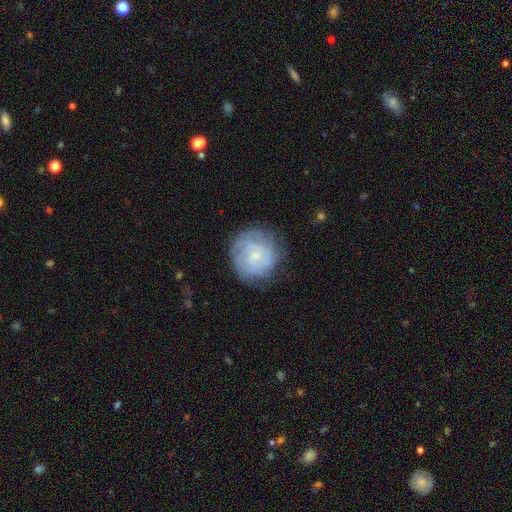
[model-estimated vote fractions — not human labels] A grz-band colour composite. It shows a featured or disk galaxy (63%) with no bar (64%), tight (69%) spiral arms (86%) and a small central bulge (66%). Merging: none (76%).